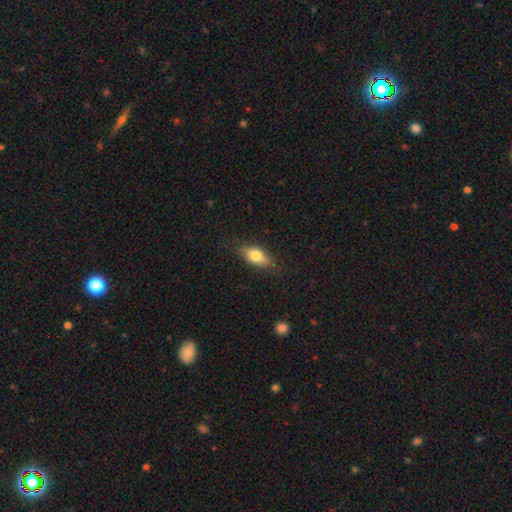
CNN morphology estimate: The model was most divided on "smooth or featured": smooth: 68%, featured or disk: 25%, star or artifact: 7%. More confident: merging — none (82%); how rounded — in between (77%).